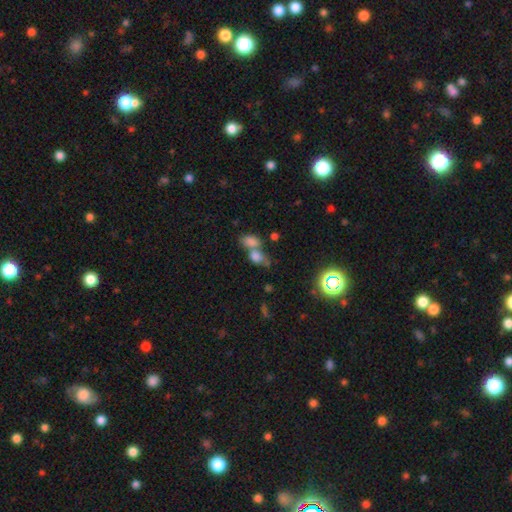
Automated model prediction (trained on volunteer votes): A smooth galaxy with no disk features (73%) that is in between round and cigar-shaped (71%).

Vote fractions:
- Smooth or featured? smooth: 73% / star or artifact: 15% / featured or disk: 11%
- How rounded? in between: 71% / round: 25% / cigar-shaped: 4%
- Merging? merger: 61% / none: 24% / minor disturbance: 9% / major disturbance: 6%